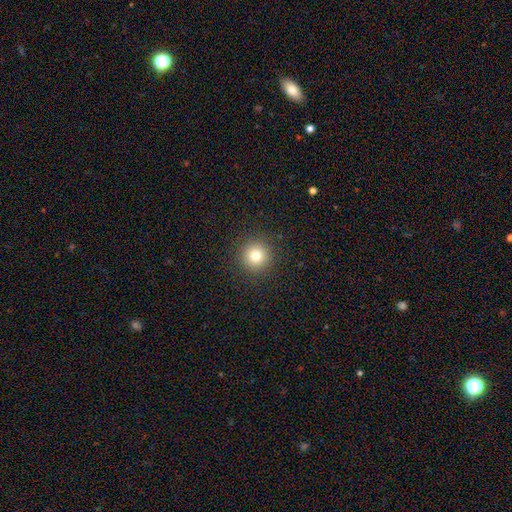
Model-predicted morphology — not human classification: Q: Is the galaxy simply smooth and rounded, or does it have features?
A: smooth — 79%.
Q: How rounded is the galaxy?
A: round — 96%.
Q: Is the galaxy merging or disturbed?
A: none — 91%.